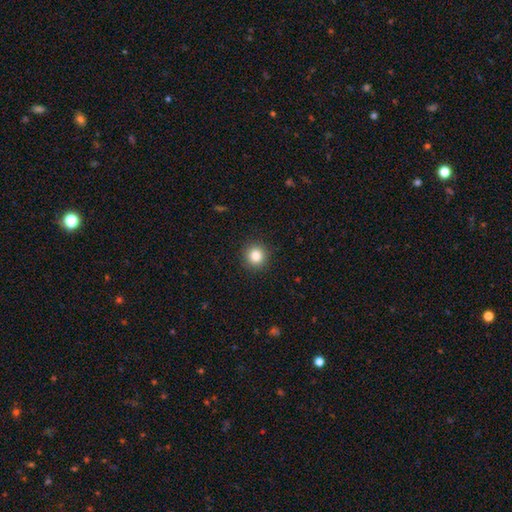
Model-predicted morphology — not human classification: Smooth or featured? smooth (85%)
How rounded? round (92%)
Merging? none (91%)